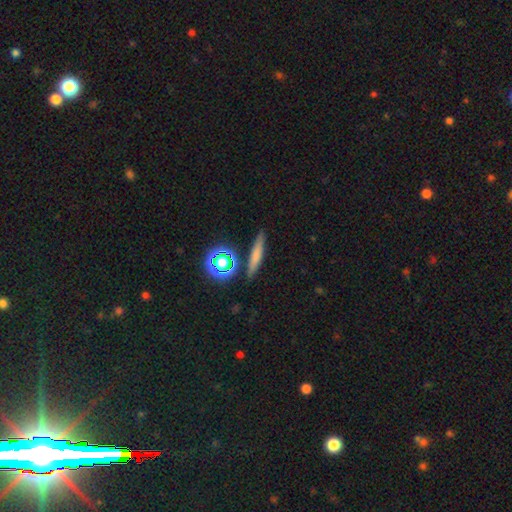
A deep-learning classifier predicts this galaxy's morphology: The model was most divided on "smooth or featured": smooth: 64%, featured or disk: 23%, star or artifact: 13%. More confident: merging — none (84%); how rounded — cigar-shaped (82%).